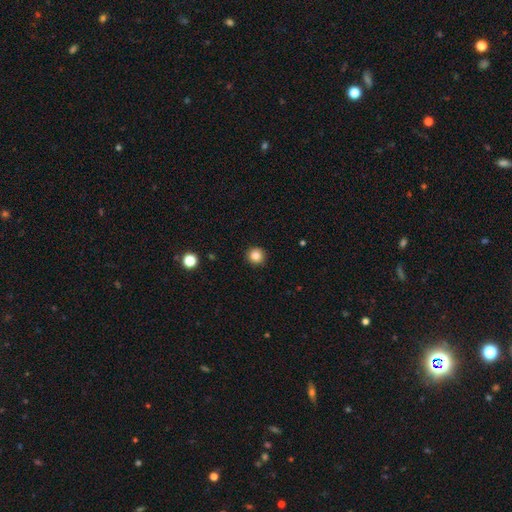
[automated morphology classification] Smooth or featured? smooth (84%)
How rounded? round (94%)
Merging? none (92%)